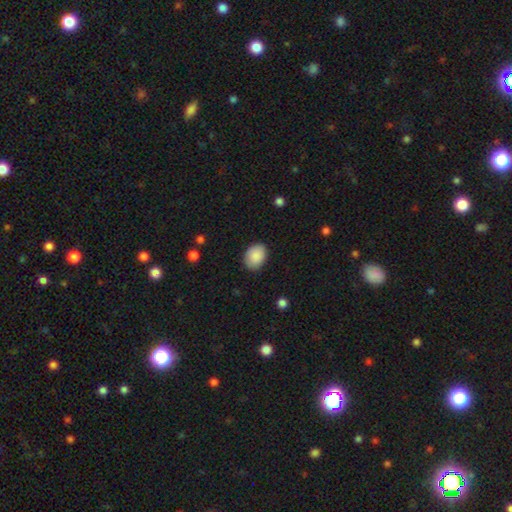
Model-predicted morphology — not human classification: Smooth or featured? smooth (89%)
How rounded? in between (73%)
Merging? none (86%)